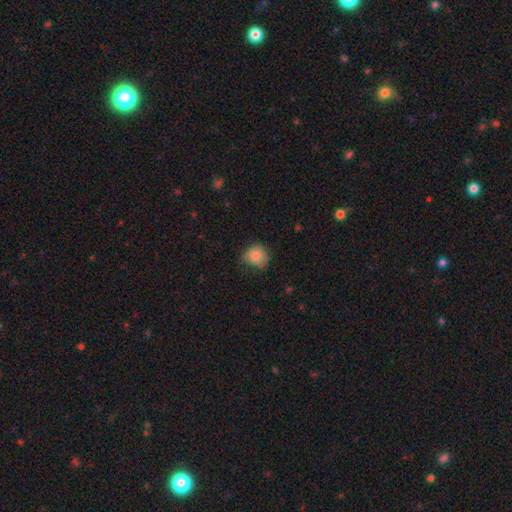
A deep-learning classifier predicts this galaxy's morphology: type=smooth (84%); roundness=round (81%); merging=none (59%).